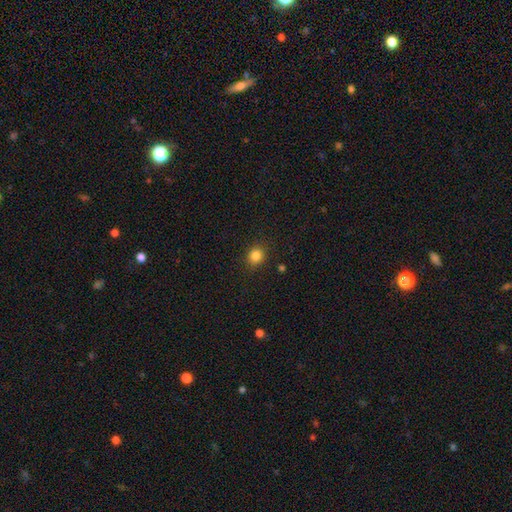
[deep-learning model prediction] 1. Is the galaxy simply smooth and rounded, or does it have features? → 84% smooth, 12% star or artifact, 5% featured or disk.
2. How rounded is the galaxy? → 77% round, 22% in between, 1% cigar-shaped.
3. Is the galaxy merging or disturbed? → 89% none, 8% minor disturbance, 2% major disturbance, 1% merger.